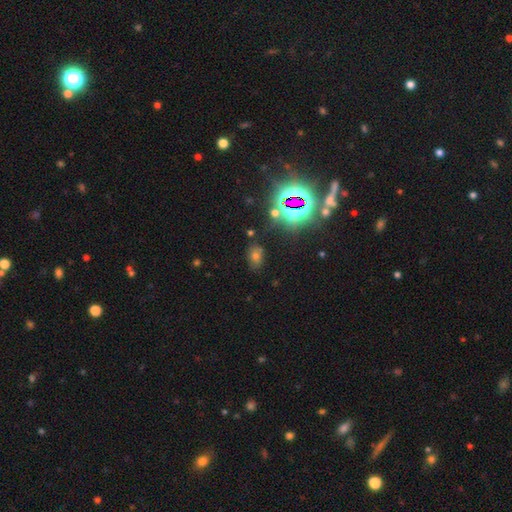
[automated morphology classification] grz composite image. It shows a star or artifact, not a galaxy (49%).